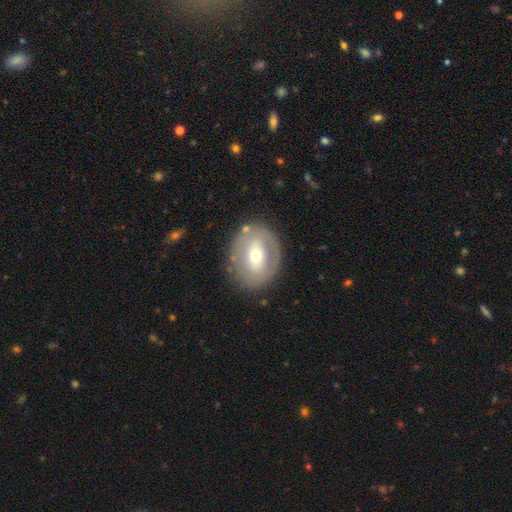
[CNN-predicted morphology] smooth-or-featured: featured or disk: 51% | smooth: 42% | star or artifact: 7%
  disk-edge-on: no: 91% | yes: 9%
  merging: none: 79% | minor disturbance: 12% | major disturbance: 5% | merger: 3%